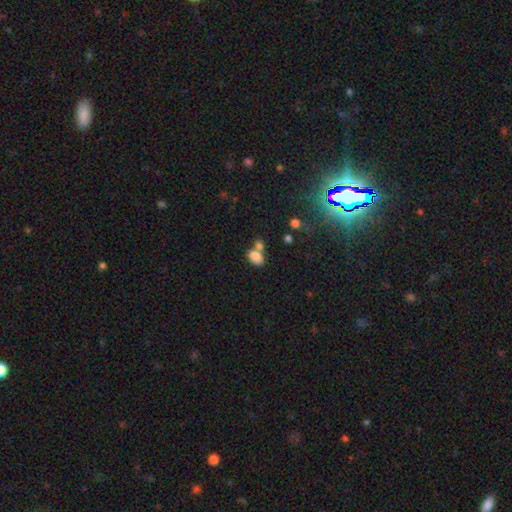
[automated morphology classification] This is clearly a smooth galaxy (81%). How rounded: clearly in between (86%). Merging: possibly merger (46%).